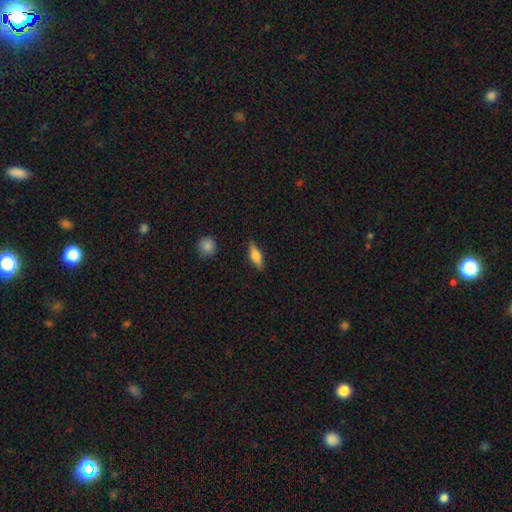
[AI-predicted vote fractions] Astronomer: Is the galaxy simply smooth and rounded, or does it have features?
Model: smooth — 70%.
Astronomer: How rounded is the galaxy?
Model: in between — 60% (runner-up: cigar-shaped, 37%).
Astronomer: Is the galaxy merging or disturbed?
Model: none — 84%.